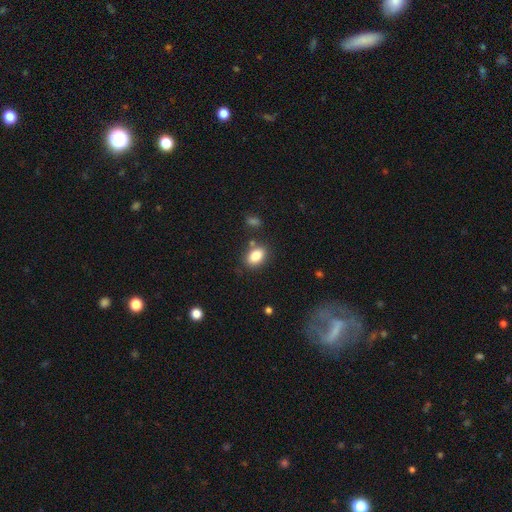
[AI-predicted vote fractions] Smooth or featured: smooth — 85% (star or artifact — 8%)
How rounded: in between — 84% (round — 14%)
Merging: none — 77% (minor disturbance — 13%)